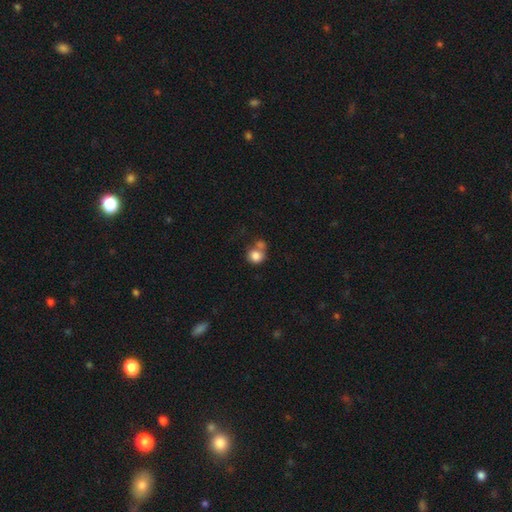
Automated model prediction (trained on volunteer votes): Smooth or featured?
  - smooth: 81% *
  - featured or disk: 10%
  - star or artifact: 9%
How rounded?
  - round: 81% *
  - in between: 18%
  - cigar-shaped: 1%
Merging?
  - none: 41% *
  - merger: 39%
  - minor disturbance: 13%
  - major disturbance: 6%